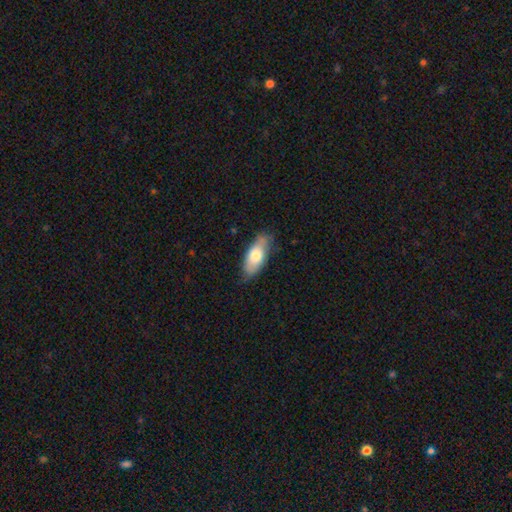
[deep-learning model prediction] Smooth or featured? Predicted: smooth (p=0.70). How rounded? Predicted: in between (p=0.84). Merging? Predicted: none (p=0.70).